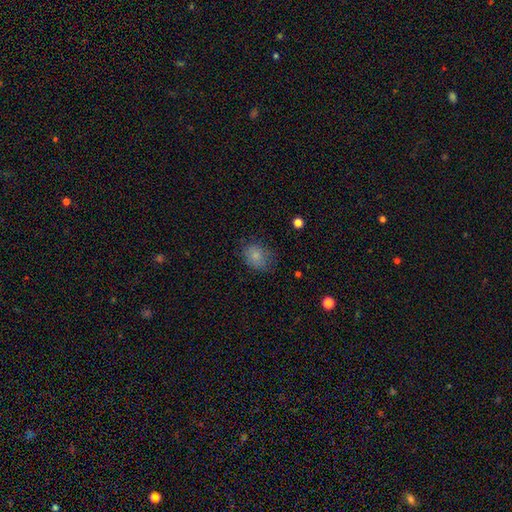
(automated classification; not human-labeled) smooth 81%, star or artifact 10%, featured or disk 9%. Down the decision tree: how rounded — in between (56%); merging — none (69%).